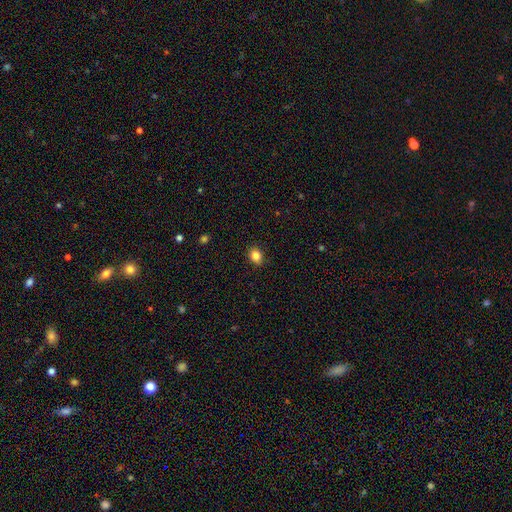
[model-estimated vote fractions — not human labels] Smooth or featured? smooth (85%)
How rounded? in between (51%)
Merging? none (88%)